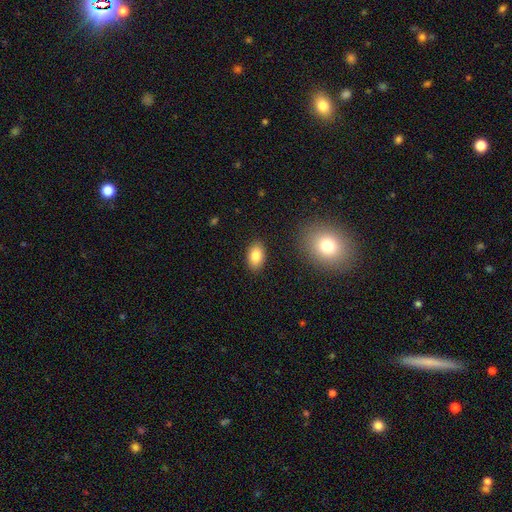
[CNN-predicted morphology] Smooth or featured: smooth — 84% (star or artifact — 8%)
How rounded: in between — 89% (round — 9%)
Merging: none — 87% (minor disturbance — 9%)